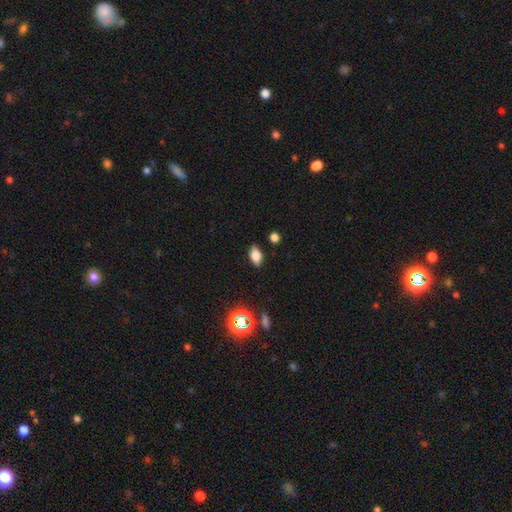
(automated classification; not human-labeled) Overall: smooth (73%). How rounded: in between (86%). Merging: none (87%).